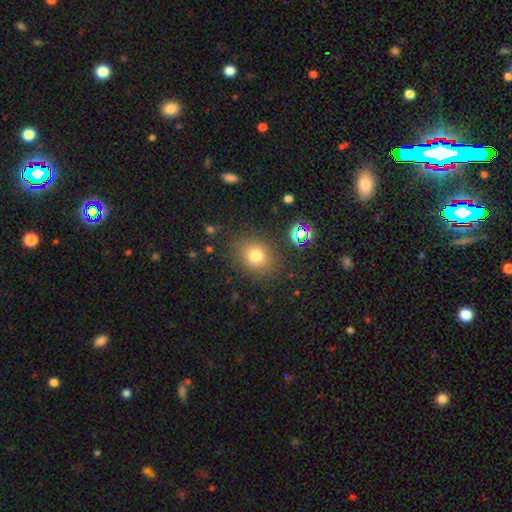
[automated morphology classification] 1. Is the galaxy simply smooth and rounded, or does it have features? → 74% smooth, 16% star or artifact, 9% featured or disk.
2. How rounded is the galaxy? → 61% round, 38% in between, 1% cigar-shaped.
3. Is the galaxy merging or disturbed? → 84% none, 10% minor disturbance, 4% major disturbance, 2% merger.